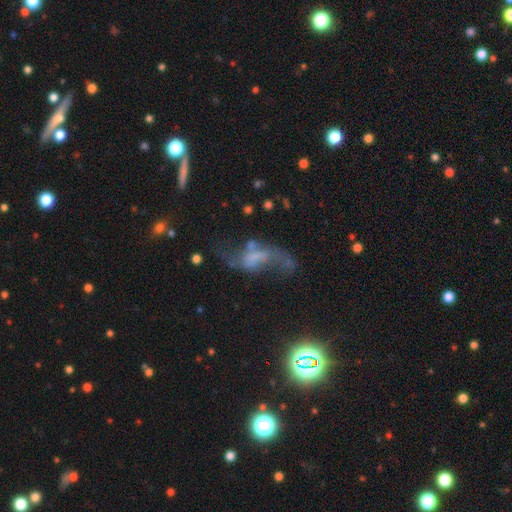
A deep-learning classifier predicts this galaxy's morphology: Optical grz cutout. It shows a featured or disk galaxy (61%) with no bar (51%), spiral arms (72%) and no central bulge (54%). Merging: none (38%).